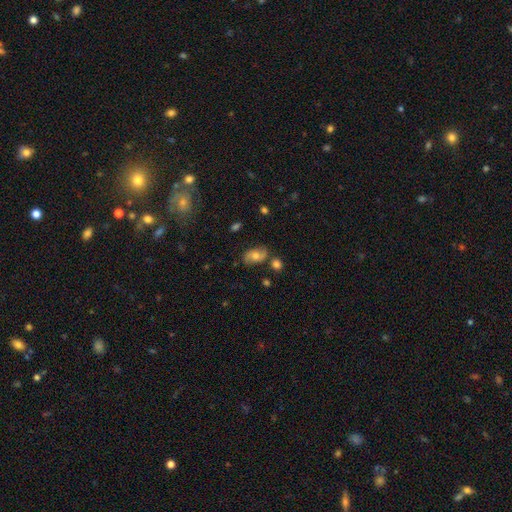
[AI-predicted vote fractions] featured or disk 49%, smooth 41%, star or artifact 10%. Down the decision tree: merging — none (71%).